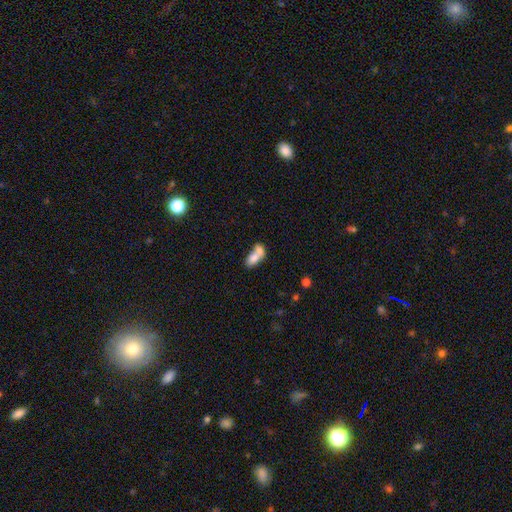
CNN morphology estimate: A smooth galaxy with no disk features (73%) that is in between round and cigar-shaped (83%). Merging: merger (71%).